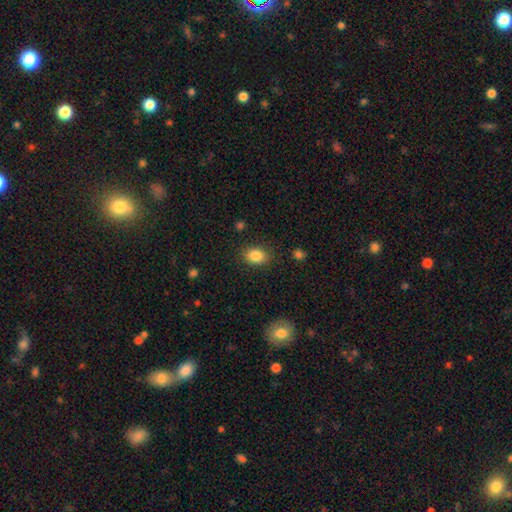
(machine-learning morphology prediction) This appears to be a smooth galaxy with no disk features (85%) that is in between round and cigar-shaped (73%). Merging: none (84%).